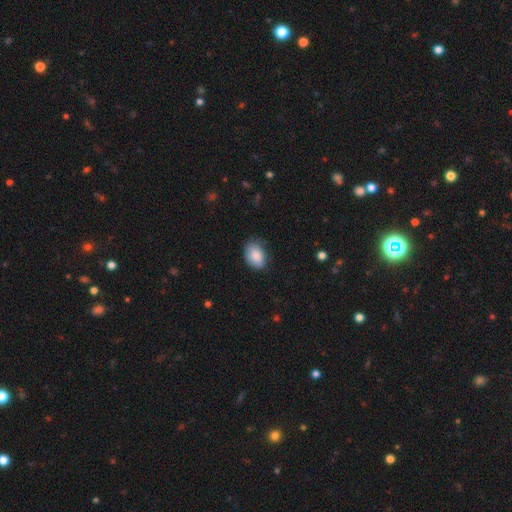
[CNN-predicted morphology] The model was most divided on "merging": none: 75%, minor disturbance: 20%, major disturbance: 4%, merger: 1%. More confident: smooth or featured — smooth (87%); how rounded — in between (81%).